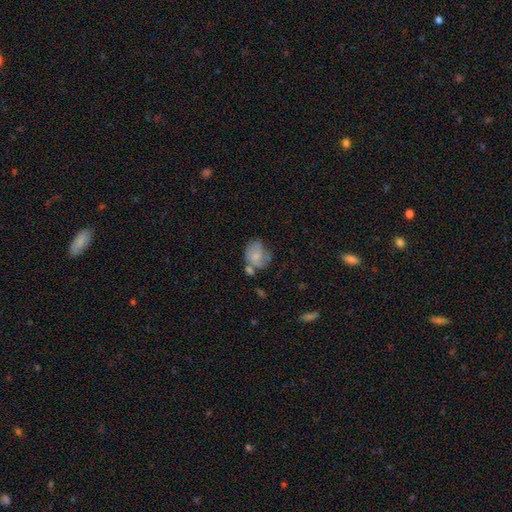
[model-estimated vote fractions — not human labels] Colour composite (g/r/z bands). It shows a smooth galaxy with no disk features (66%) that is in between round and cigar-shaped (51%). Merging: none (34%).